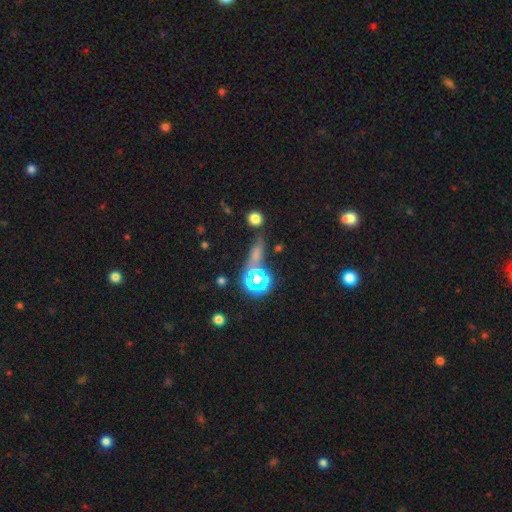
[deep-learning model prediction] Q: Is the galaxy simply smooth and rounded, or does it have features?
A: smooth — 50%.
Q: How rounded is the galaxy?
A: in between — 36%, tied with cigar-shaped.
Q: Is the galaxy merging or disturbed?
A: none — 62%.